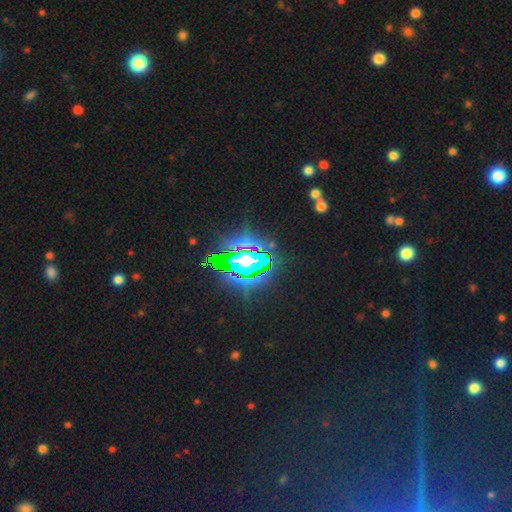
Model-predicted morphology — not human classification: Smooth or featured? star or artifact (78%)